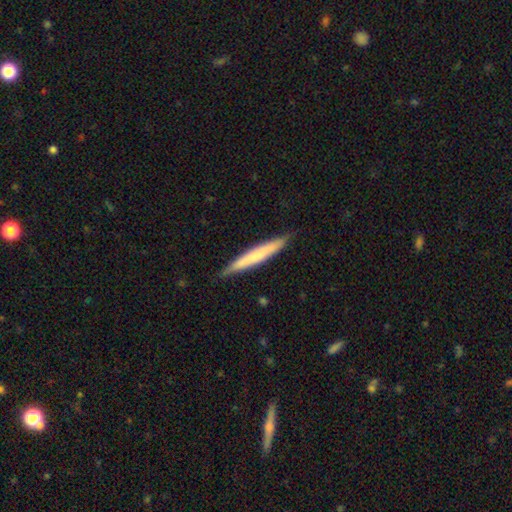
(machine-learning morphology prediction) Smooth or featured? smooth (62%)
How rounded? cigar-shaped (95%)
Merging? none (87%)